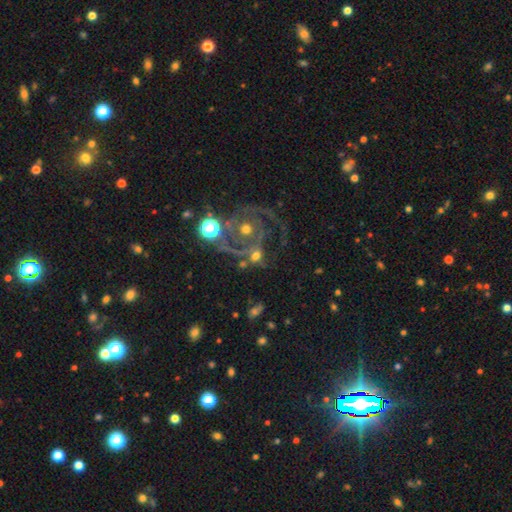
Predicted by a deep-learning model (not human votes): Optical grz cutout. It shows a featured or disk galaxy (62%) with no bar (77%), spiral arms (81%) and a moderate central bulge (53%). Merging: none (44%).